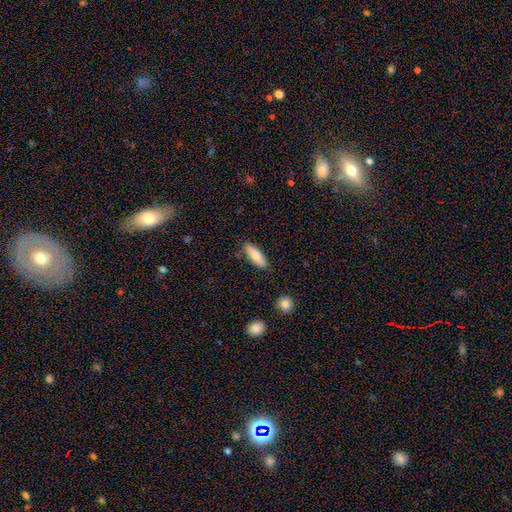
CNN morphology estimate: Smooth or featured? smooth (81%)
How rounded? in between (62%)
Merging? none (80%)